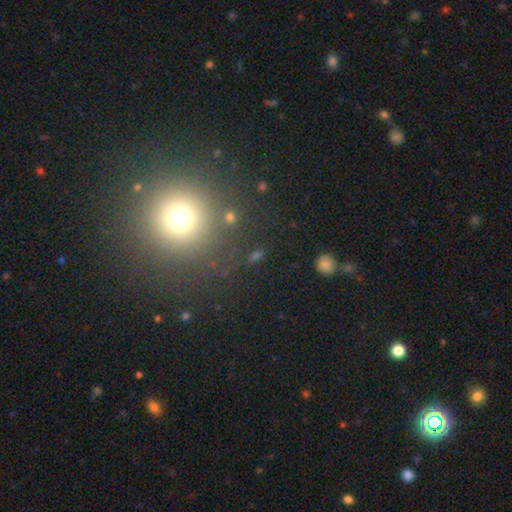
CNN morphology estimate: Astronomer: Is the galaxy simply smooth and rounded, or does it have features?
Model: smooth — 50% (runner-up: star or artifact, 38%).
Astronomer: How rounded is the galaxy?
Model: round — 69%.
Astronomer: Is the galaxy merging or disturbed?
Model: none — 79%.